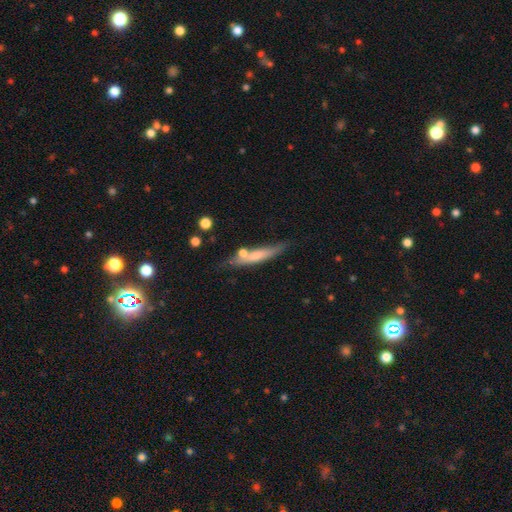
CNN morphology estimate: A smooth galaxy with no disk features (57%) that is cigar-shaped (87%).

Vote fractions:
- Smooth or featured? smooth: 57% / featured or disk: 36% / star or artifact: 6%
- How rounded? cigar-shaped: 87% / in between: 10% / round: 2%
- Merging? none: 62% / minor disturbance: 20% / merger: 13% / major disturbance: 6%